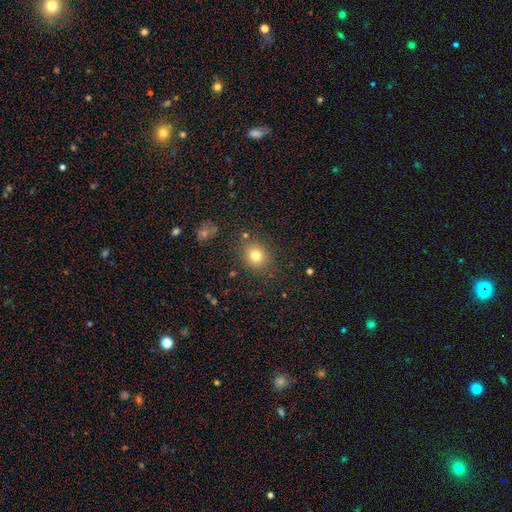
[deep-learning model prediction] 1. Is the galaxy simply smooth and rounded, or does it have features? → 79% smooth, 13% star or artifact, 8% featured or disk.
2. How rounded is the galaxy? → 71% round, 29% in between, 1% cigar-shaped.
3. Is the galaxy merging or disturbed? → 83% none, 10% minor disturbance, 4% major disturbance, 3% merger.